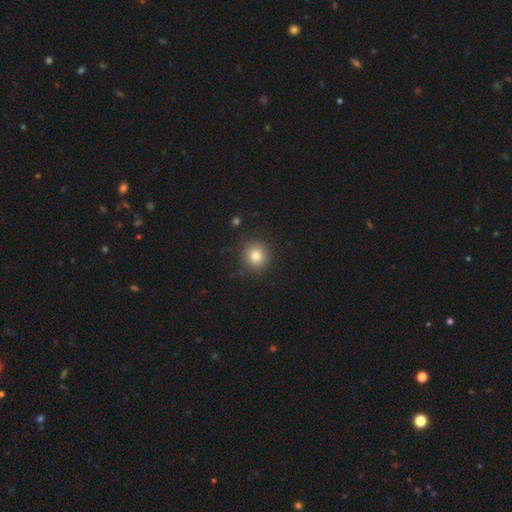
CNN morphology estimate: The model was most divided on "smooth or featured": smooth: 81%, star or artifact: 11%, featured or disk: 7%. More confident: merging — none (90%); how rounded — round (90%).